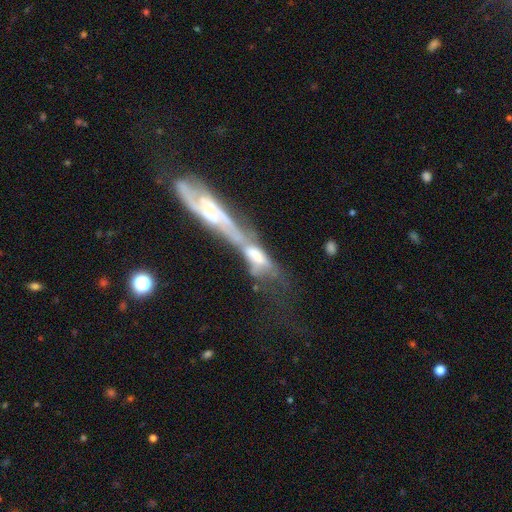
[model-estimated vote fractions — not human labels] Smooth or featured? Predicted: featured or disk (p=0.51). Edge-on disk? Predicted: no (p=0.71). Merging? Predicted: merger (p=0.71).